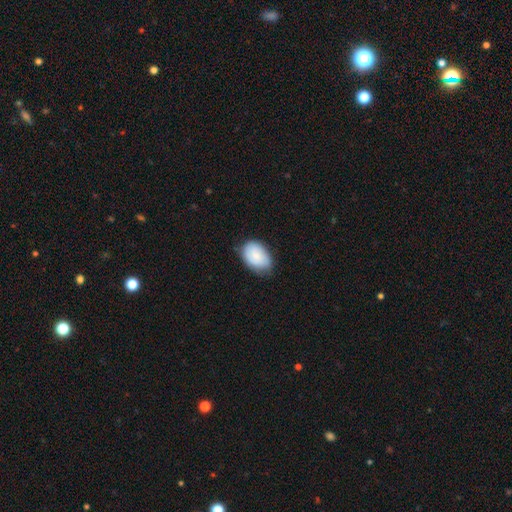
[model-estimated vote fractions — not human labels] smooth_or_featured: smooth (p=0.84) [alt: featured or disk p=0.10]
how_rounded: in between (p=0.85) [alt: round p=0.14]
merging: none (p=0.65) [alt: minor disturbance p=0.29]